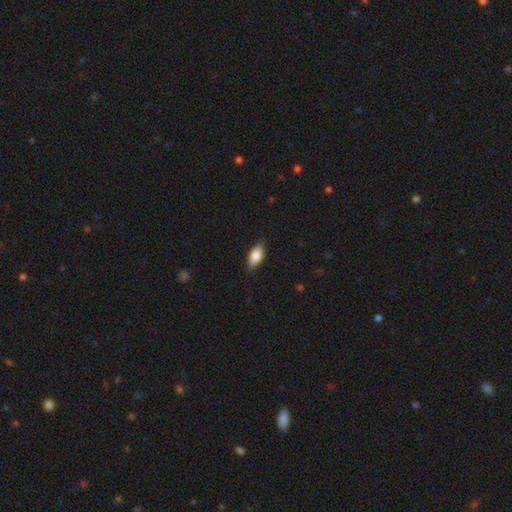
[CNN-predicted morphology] Smooth or featured? smooth (80%)
How rounded? in between (83%)
Merging? none (86%)